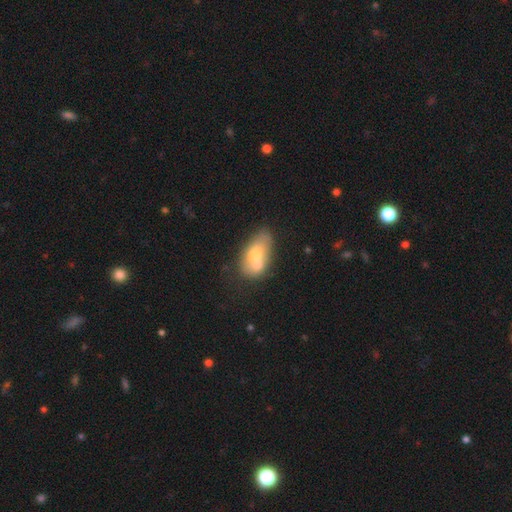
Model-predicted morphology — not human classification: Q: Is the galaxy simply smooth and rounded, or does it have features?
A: smooth — 61%.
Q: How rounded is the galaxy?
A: in between — 84%.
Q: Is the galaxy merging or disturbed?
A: merger — 56%.